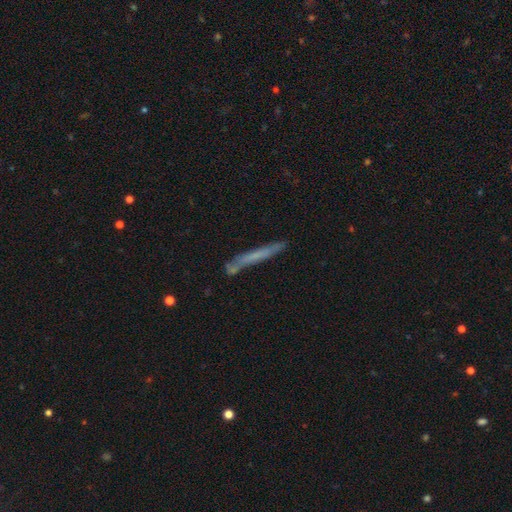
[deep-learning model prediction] Smooth or featured? Predicted: smooth (p=0.52). How rounded? Predicted: cigar-shaped (p=0.96). Merging? Predicted: none (p=0.74).